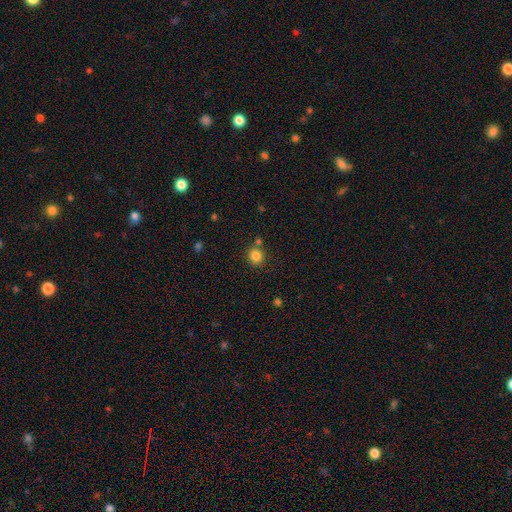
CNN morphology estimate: Smooth or featured? Predicted: smooth (p=0.84). How rounded? Predicted: round (p=0.86). Merging? Predicted: none (p=0.76).